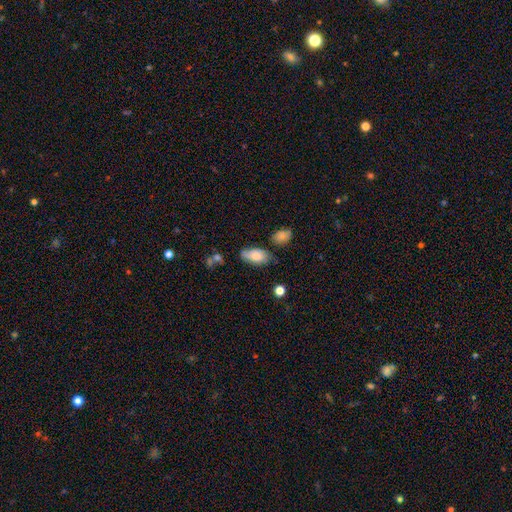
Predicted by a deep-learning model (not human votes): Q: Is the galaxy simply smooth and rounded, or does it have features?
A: smooth — 75%.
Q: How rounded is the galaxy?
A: in between — 91%.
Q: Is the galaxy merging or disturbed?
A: none — 53%.